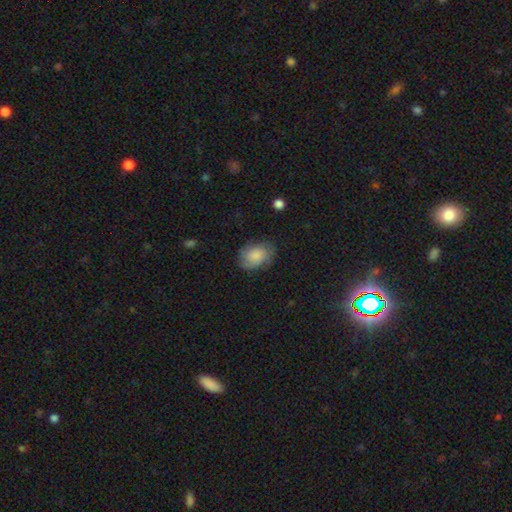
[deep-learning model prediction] This appears to be a smooth galaxy with no disk features (72%) that is in between round and cigar-shaped (76%). Merging: none (71%).